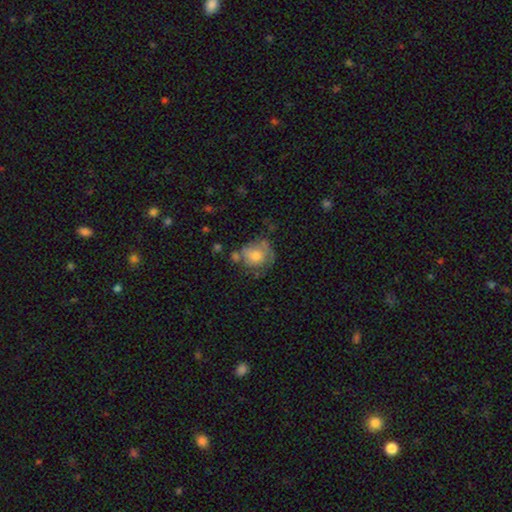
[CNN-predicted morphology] Smooth or featured?
  - smooth: 62% *
  - featured or disk: 30%
  - star or artifact: 8%
How rounded?
  - round: 70% *
  - in between: 29%
  - cigar-shaped: 1%
Merging?
  - none: 45% *
  - minor disturbance: 28%
  - major disturbance: 16%
  - merger: 11%